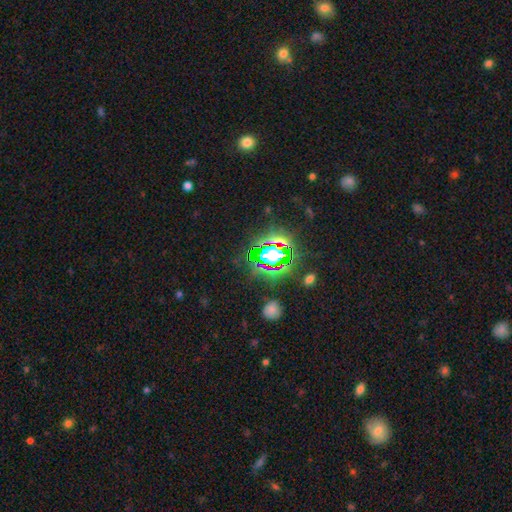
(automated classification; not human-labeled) smooth-or-featured: star or artifact: 77% | smooth: 14% | featured or disk: 9%